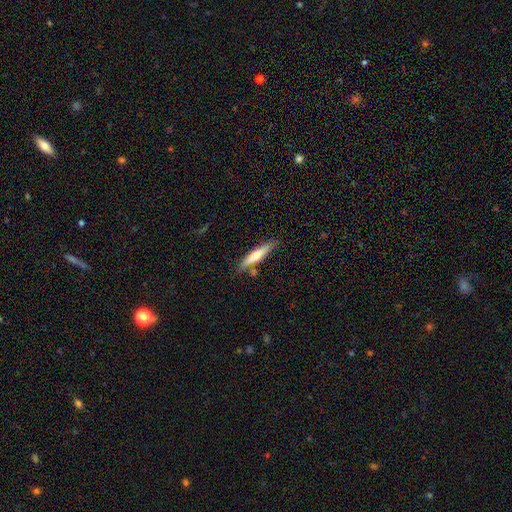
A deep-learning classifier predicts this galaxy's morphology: A smooth galaxy with no disk features (60%) that is cigar-shaped (84%).

Vote fractions:
- Smooth or featured? smooth: 60% / featured or disk: 35% / star or artifact: 6%
- How rounded? cigar-shaped: 84% / in between: 14% / round: 1%
- Merging? none: 76% / minor disturbance: 14% / merger: 7% / major disturbance: 3%